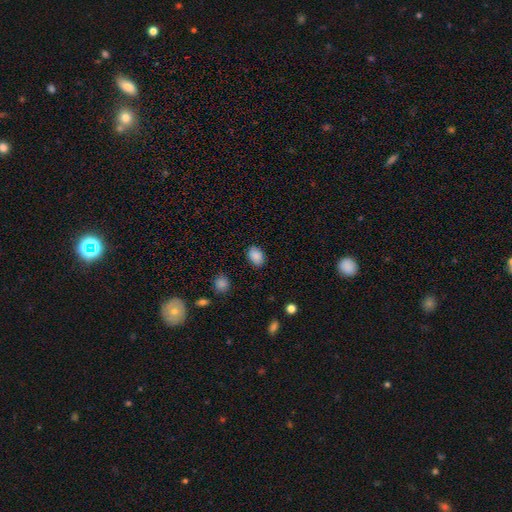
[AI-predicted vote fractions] smooth-or-featured: smooth: 87% | star or artifact: 9% | featured or disk: 4%
  how-rounded: in between: 78% | round: 20% | cigar-shaped: 1%
  merging: none: 84% | minor disturbance: 12% | major disturbance: 3% | merger: 1%